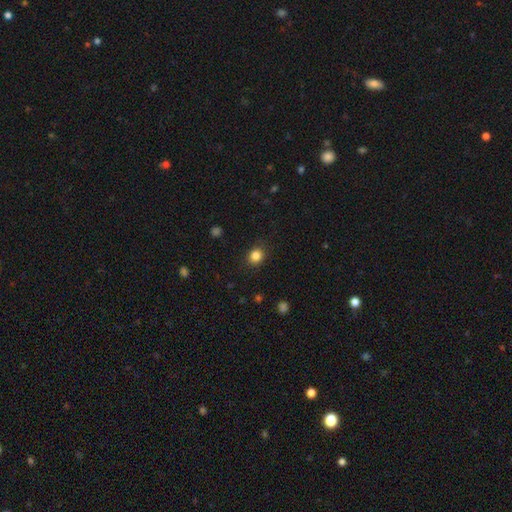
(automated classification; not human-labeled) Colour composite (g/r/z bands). It shows a smooth galaxy with no disk features (84%) that is round (79%). Merging: none (88%).